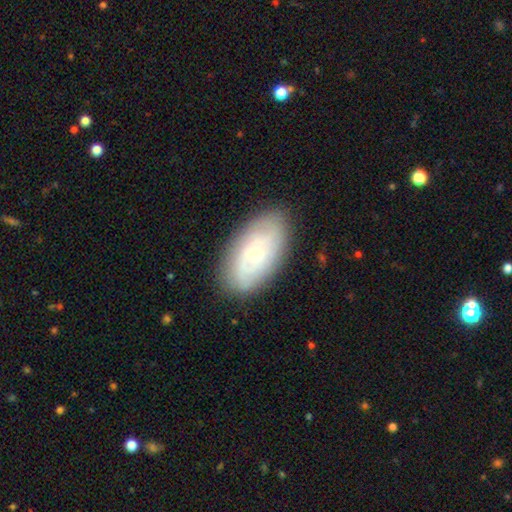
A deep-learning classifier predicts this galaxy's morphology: A featured or disk galaxy (53%).

Vote fractions:
- Smooth or featured? featured or disk: 53% / smooth: 40% / star or artifact: 8%
- Edge-on disk? no: 92% / yes: 8%
- Merging? none: 82% / minor disturbance: 13% / major disturbance: 3% / merger: 1%